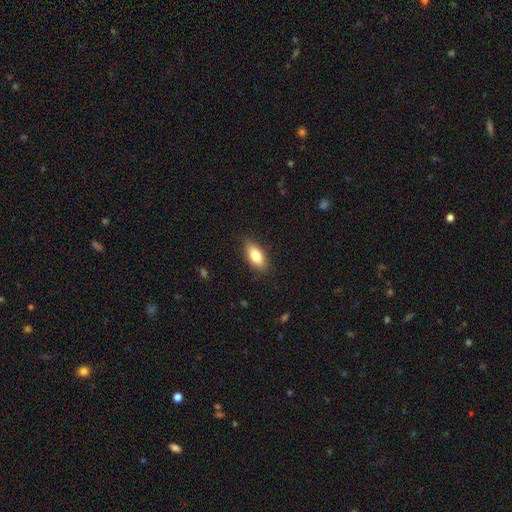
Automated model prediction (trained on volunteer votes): A smooth galaxy with no disk features (78%) that is in between round and cigar-shaped (83%). Merging: none (86%).